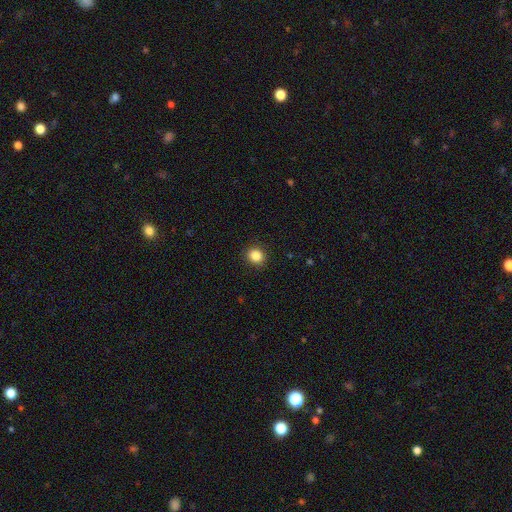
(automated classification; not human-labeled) Smooth or featured?
  - smooth: 86% *
  - star or artifact: 10%
  - featured or disk: 3%
How rounded?
  - round: 83% *
  - in between: 16%
  - cigar-shaped: 1%
Merging?
  - none: 91% *
  - minor disturbance: 6%
  - major disturbance: 2%
  - merger: 1%